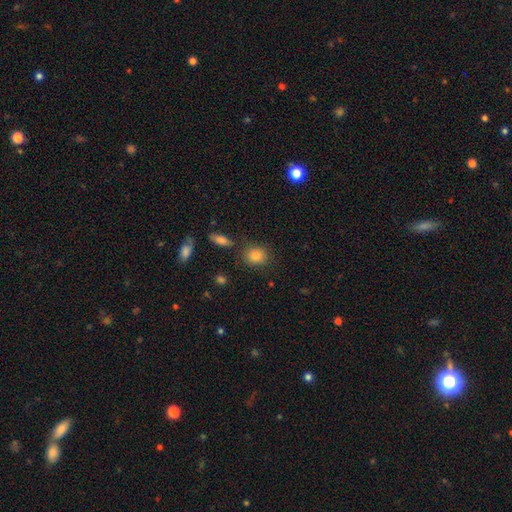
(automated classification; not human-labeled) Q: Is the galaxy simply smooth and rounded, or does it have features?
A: smooth — 84%.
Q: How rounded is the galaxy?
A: round — 69%.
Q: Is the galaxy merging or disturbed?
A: none — 80%.